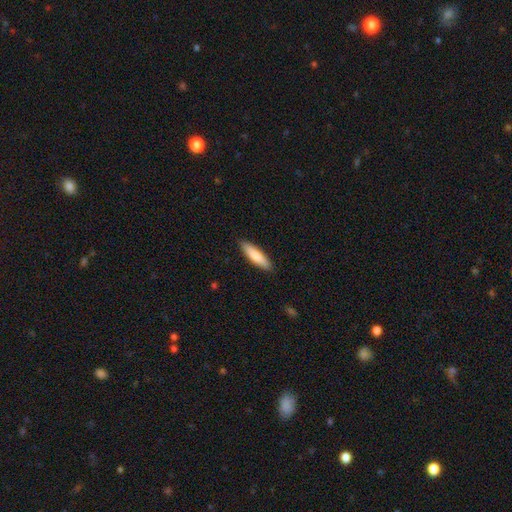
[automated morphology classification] A smooth galaxy with no disk features (82%) that is cigar-shaped (67%).

Vote fractions:
- Smooth or featured? smooth: 82% / featured or disk: 14% / star or artifact: 5%
- How rounded? cigar-shaped: 67% / in between: 32% / round: 1%
- Merging? none: 90% / minor disturbance: 8% / major disturbance: 2% / merger: 1%